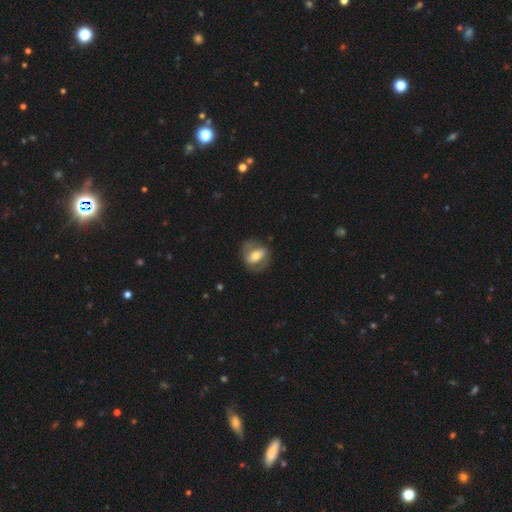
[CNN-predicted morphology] The model was most divided on "smooth or featured": featured or disk: 50%, smooth: 43%, star or artifact: 6%. More confident: edge-on disk — no (91%); merging — none (71%).